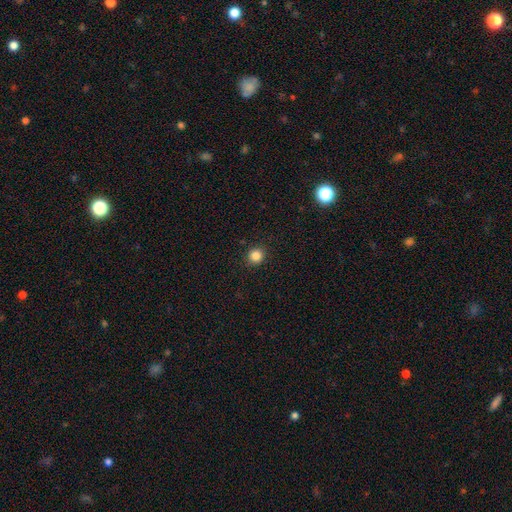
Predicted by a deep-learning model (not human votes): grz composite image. It shows a smooth galaxy with no disk features (85%) that is round (92%). Merging: none (91%).